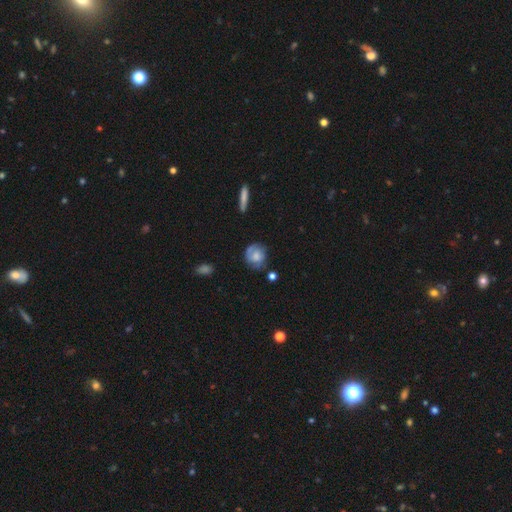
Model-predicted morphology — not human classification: Smooth or featured? Predicted: smooth (p=0.51). How rounded? Predicted: round (p=0.76). Merging? Predicted: none (p=0.63).